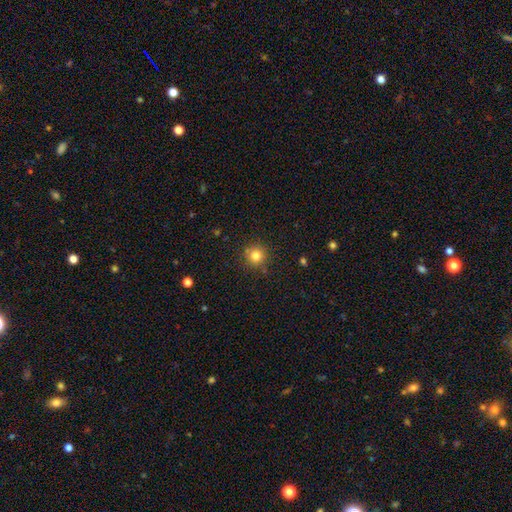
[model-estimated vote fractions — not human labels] A smooth galaxy with no disk features (81%) that is round (94%). Merging: none (84%).